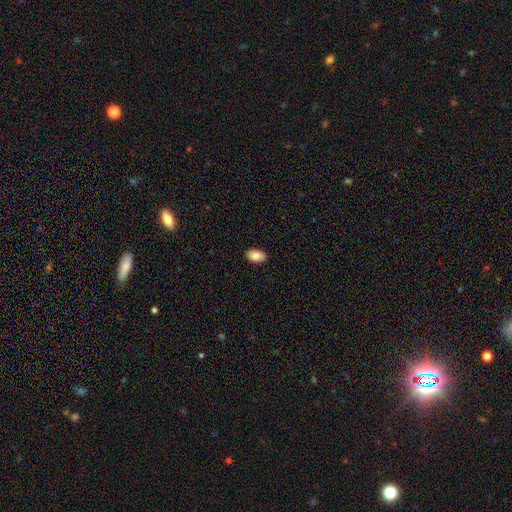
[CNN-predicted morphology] Smooth or featured? smooth (86%)
How rounded? in between (92%)
Merging? none (90%)